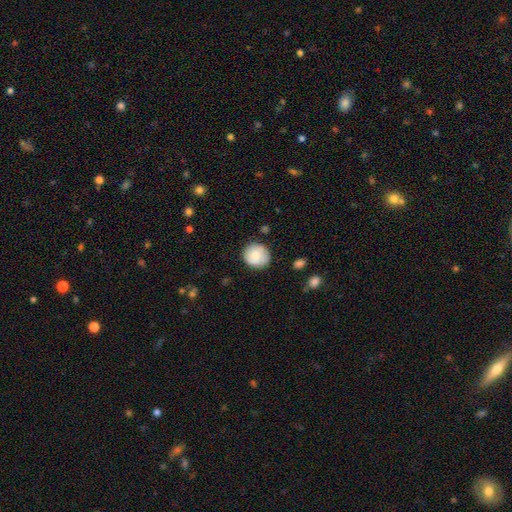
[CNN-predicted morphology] This is likely a smooth galaxy (75%). How rounded: clearly round (90%). Merging: clearly none (82%).